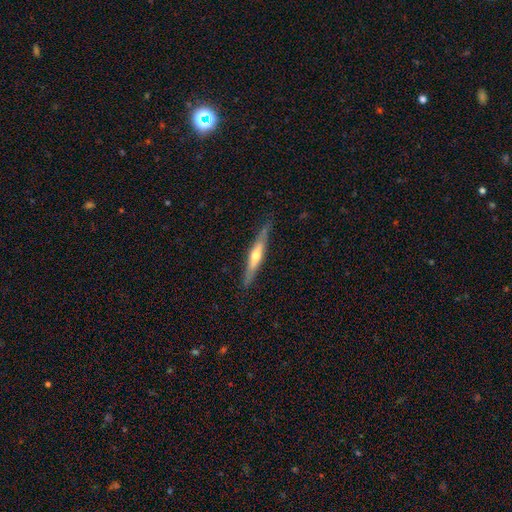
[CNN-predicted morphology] A featured or disk galaxy (59%) viewed edge-on (92%) with a rounded central bulge (80%).

Vote fractions:
- Smooth or featured? featured or disk: 59% / smooth: 36% / star or artifact: 6%
- Edge-on disk? yes: 92% / no: 8%
- Edge-on bulge? rounded: 80% / none: 14% / boxy: 6%
- Merging? none: 82% / minor disturbance: 14% / major disturbance: 3% / merger: 1%